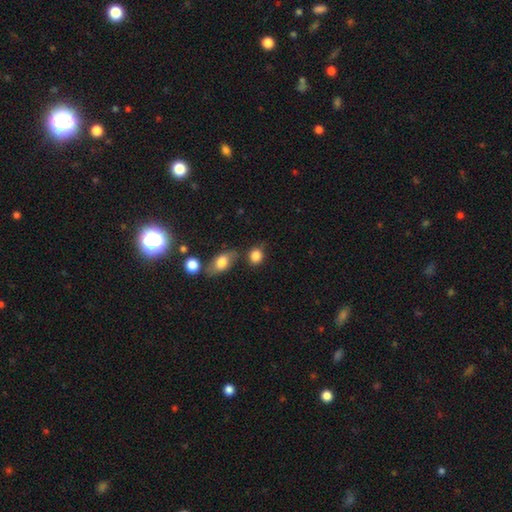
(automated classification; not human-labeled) Smooth or featured? Predicted: smooth (p=0.85). How rounded? Predicted: round (p=0.63). Merging? Predicted: none (p=0.68).